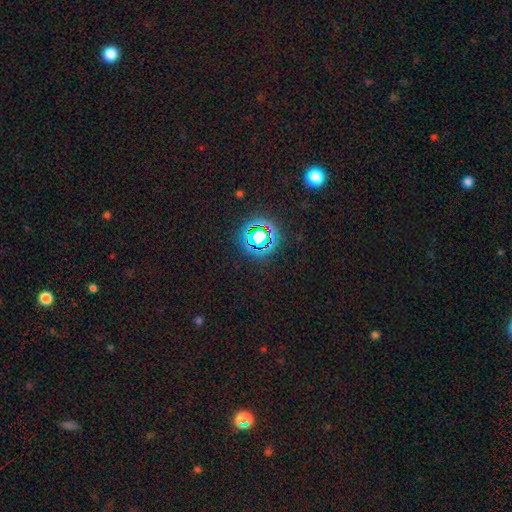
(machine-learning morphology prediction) type=star or artifact (74%).